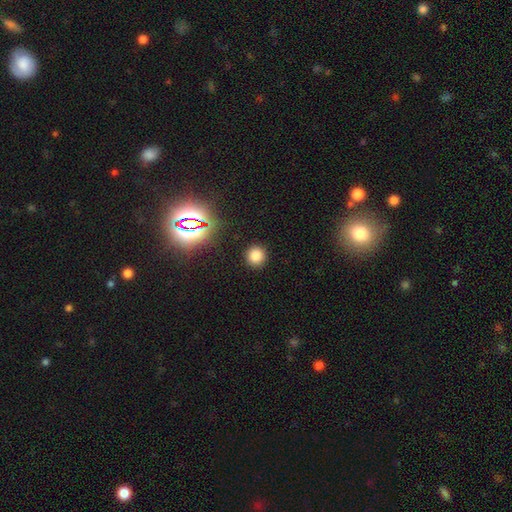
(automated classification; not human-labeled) Smooth or featured?
  - smooth: 78% *
  - star or artifact: 17%
  - featured or disk: 5%
How rounded?
  - round: 92% *
  - in between: 7%
  - cigar-shaped: 1%
Merging?
  - none: 91% *
  - minor disturbance: 5%
  - major disturbance: 2%
  - merger: 1%